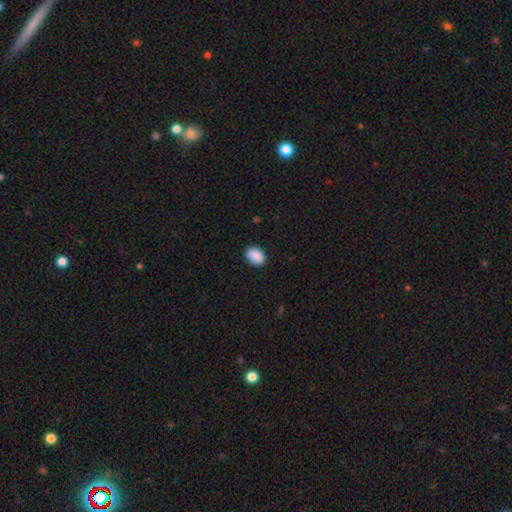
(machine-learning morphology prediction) smooth 89%, star or artifact 7%, featured or disk 3%. Down the decision tree: how rounded — in between (81%); merging — none (87%).